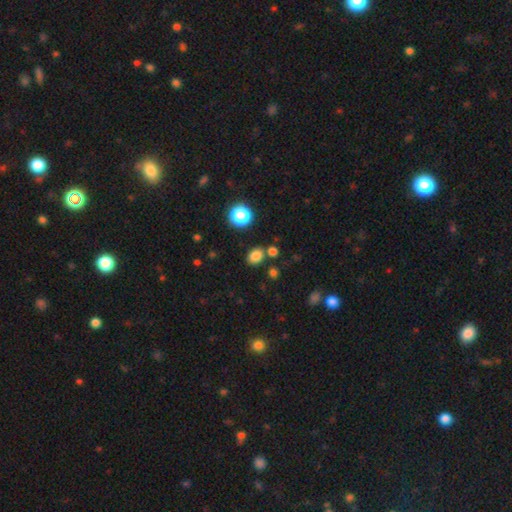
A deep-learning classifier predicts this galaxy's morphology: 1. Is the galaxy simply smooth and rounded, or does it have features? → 80% smooth, 15% star or artifact, 5% featured or disk.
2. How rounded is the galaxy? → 54% in between, 45% round, 1% cigar-shaped.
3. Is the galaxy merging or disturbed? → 76% none, 11% minor disturbance, 9% merger, 4% major disturbance.